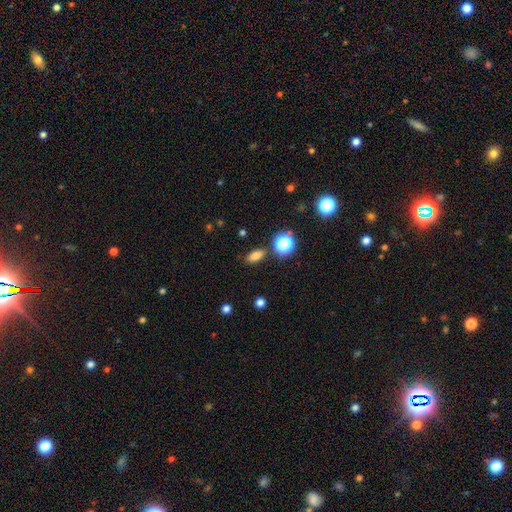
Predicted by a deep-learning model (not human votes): Smooth or featured? Predicted: smooth (p=0.77). How rounded? Predicted: in between (p=0.79). Merging? Predicted: none (p=0.83).